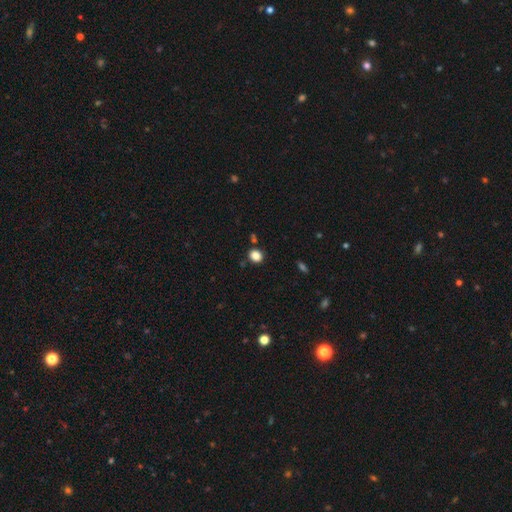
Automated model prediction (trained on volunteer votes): The model was most divided on "how rounded": round: 67%, in between: 32%, cigar-shaped: 1%. More confident: smooth or featured — smooth (84%); merging — none (83%).